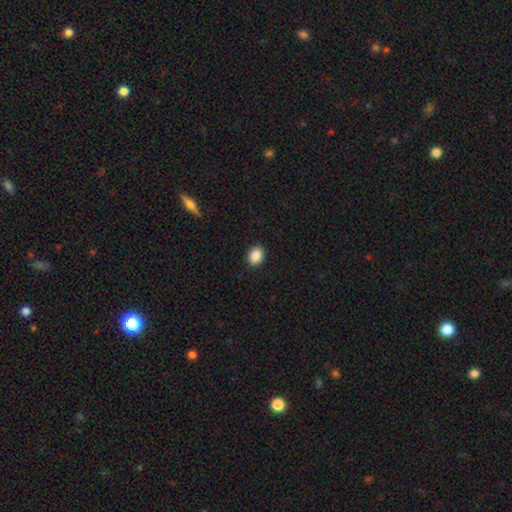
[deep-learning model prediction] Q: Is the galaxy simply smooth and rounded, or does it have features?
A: smooth — 89%.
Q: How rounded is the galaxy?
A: in between — 52%.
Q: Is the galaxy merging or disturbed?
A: none — 91%.